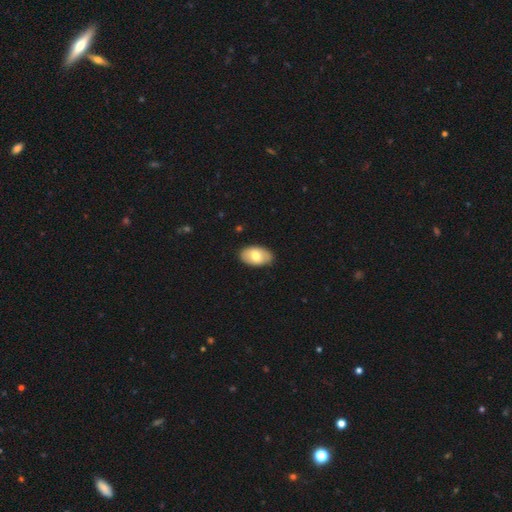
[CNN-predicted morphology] smooth_or_featured: smooth (p=0.68) [alt: featured or disk p=0.26]
how_rounded: in between (p=0.93) [alt: round p=0.06]
merging: none (p=0.85) [alt: minor disturbance p=0.12]